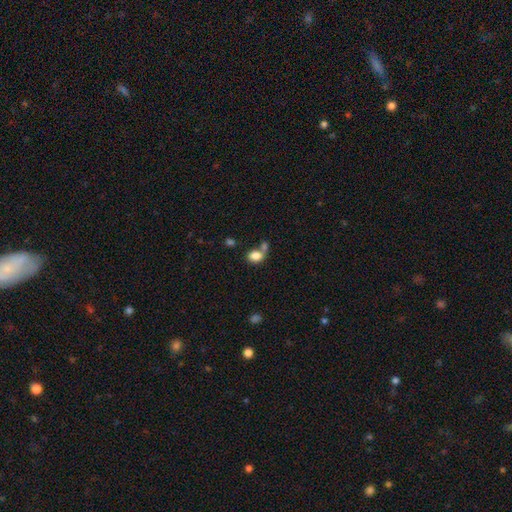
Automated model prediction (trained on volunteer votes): Smooth or featured? Predicted: smooth (p=0.83). How rounded? Predicted: in between (p=0.59). Merging? Predicted: none (p=0.43).